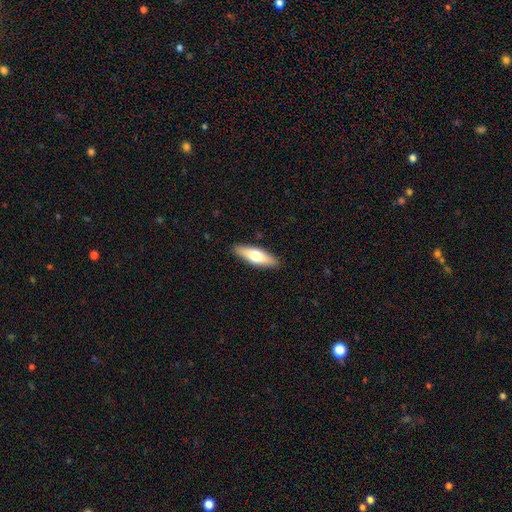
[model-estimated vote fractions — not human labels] Smooth or featured? Predicted: smooth (p=0.59). How rounded? Predicted: cigar-shaped (p=0.54). Merging? Predicted: none (p=0.90).